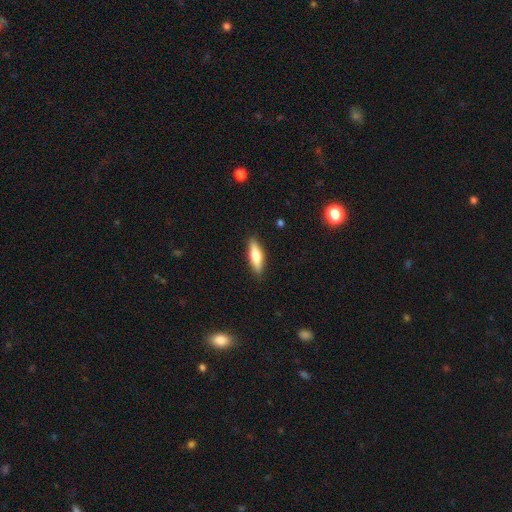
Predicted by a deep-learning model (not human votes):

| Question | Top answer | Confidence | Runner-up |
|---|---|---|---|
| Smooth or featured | smooth | 63% | featured or disk (31%) |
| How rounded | cigar-shaped | 55% | in between (42%) |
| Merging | none | 88% | minor disturbance (9%) |